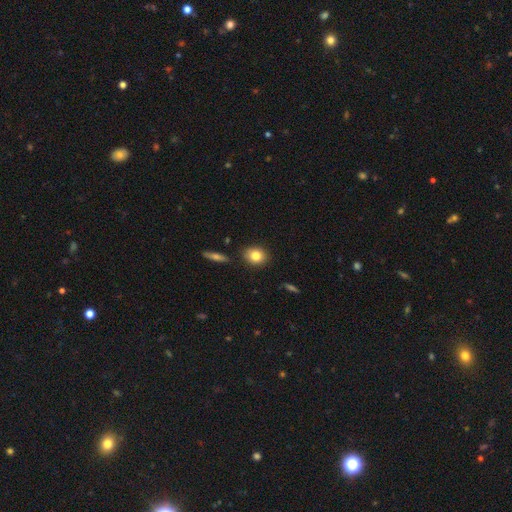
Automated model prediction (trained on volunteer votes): Overall: smooth (82%). How rounded: round (59%; in between 40%). Merging: none (86%).